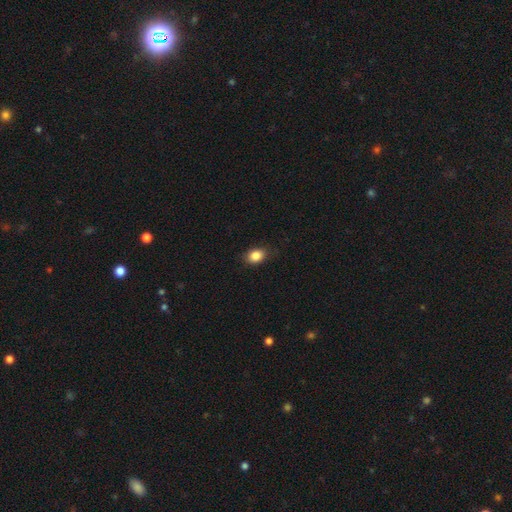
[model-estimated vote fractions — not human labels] Smooth or featured?
  - smooth: 86% *
  - star or artifact: 9%
  - featured or disk: 5%
How rounded?
  - in between: 65% *
  - round: 34%
  - cigar-shaped: 1%
Merging?
  - none: 82% *
  - minor disturbance: 14%
  - major disturbance: 3%
  - merger: 1%